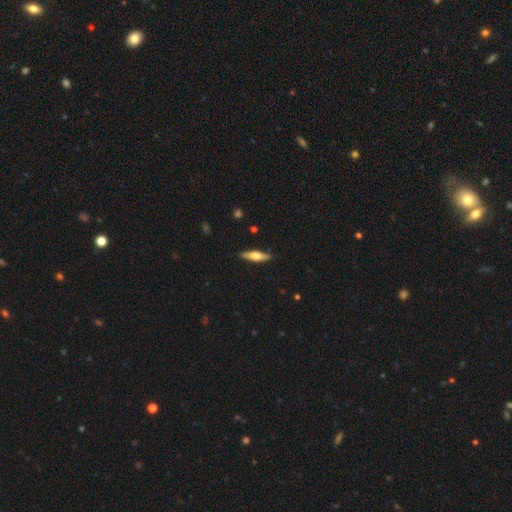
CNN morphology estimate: This appears to be a smooth galaxy with no disk features (49%). Merging: none (89%).